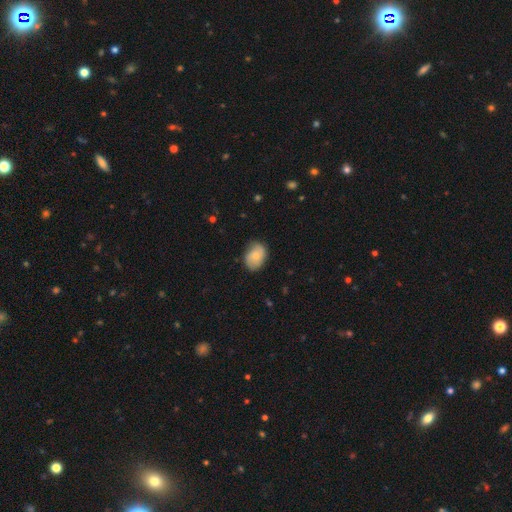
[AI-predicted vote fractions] This is likely a smooth galaxy (67%). How rounded: likely in between (76%). Merging: likely none (70%).